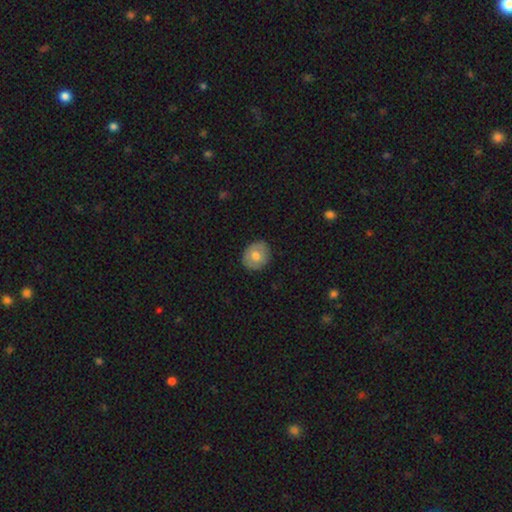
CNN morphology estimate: Smooth or featured: smooth — 70% (featured or disk — 23%)
How rounded: round — 64% (in between — 36%)
Merging: none — 85% (minor disturbance — 12%)